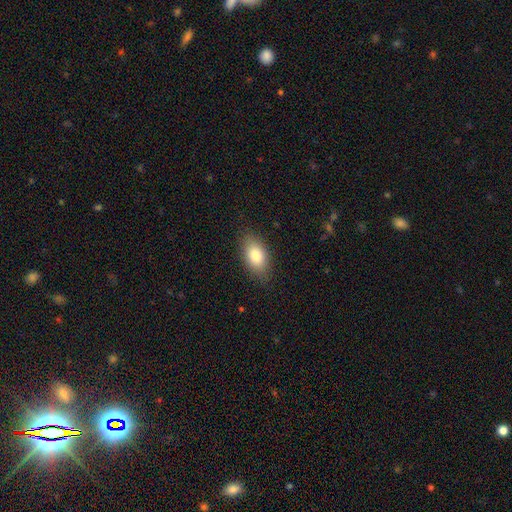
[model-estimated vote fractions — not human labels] smooth_or_featured: smooth (p=0.81) [alt: featured or disk p=0.11]
how_rounded: in between (p=0.90) [alt: round p=0.07]
merging: none (p=0.84) [alt: minor disturbance p=0.12]